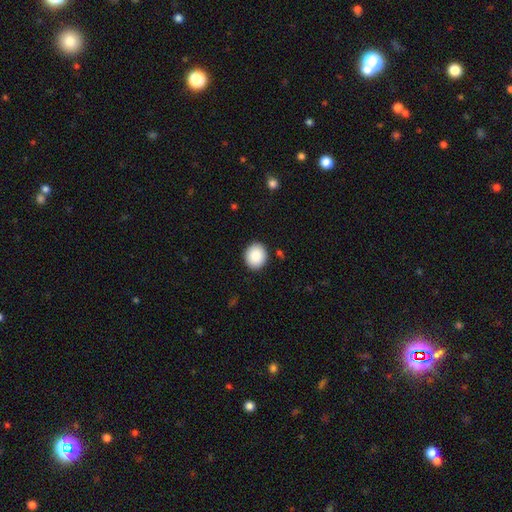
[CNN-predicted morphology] A smooth galaxy with no disk features (89%) that is round (70%). Merging: none (90%).